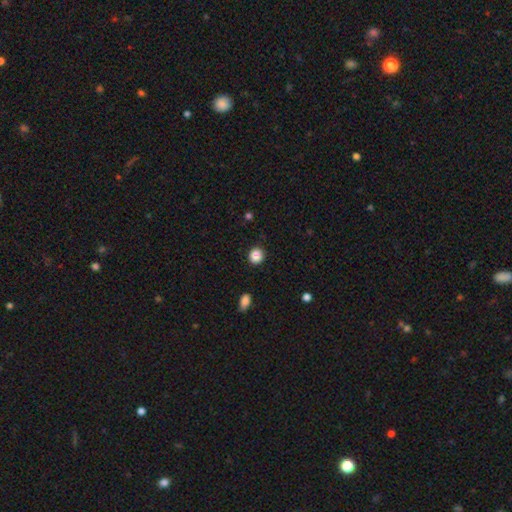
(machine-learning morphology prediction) Smooth or featured? smooth (87%)
How rounded? round (87%)
Merging? none (87%)